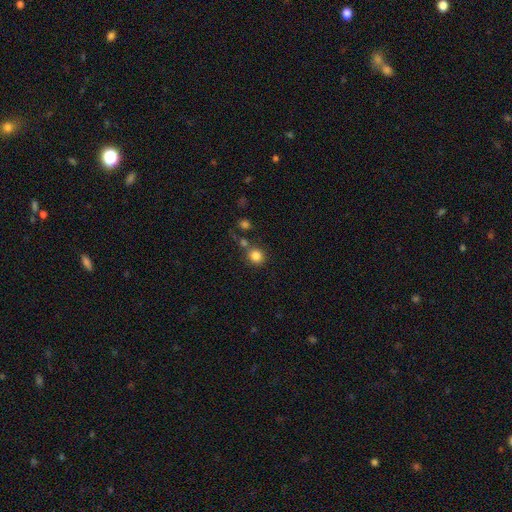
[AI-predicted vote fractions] Overall: smooth (84%). How rounded: round (89%). Merging: none (73%).